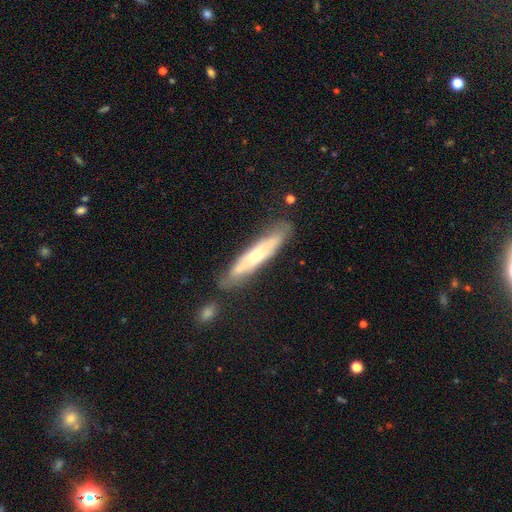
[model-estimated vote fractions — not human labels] smooth-or-featured: featured or disk: 52% | smooth: 42% | star or artifact: 6%
  disk-edge-on: yes: 64% | no: 36%
  merging: none: 72% | minor disturbance: 19% | merger: 5% | major disturbance: 5%